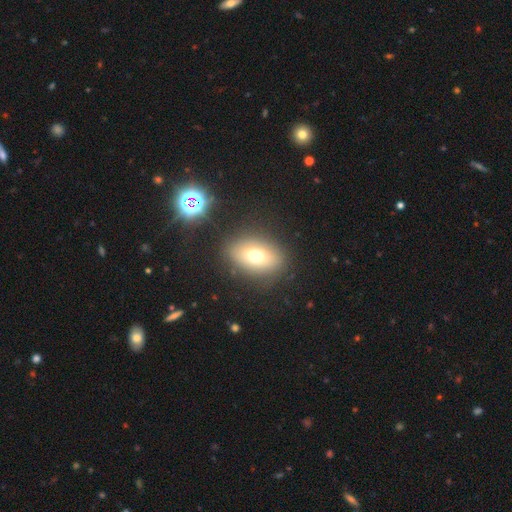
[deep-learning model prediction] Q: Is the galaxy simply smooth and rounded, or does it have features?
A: smooth — 68%.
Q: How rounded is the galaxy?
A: in between — 78%.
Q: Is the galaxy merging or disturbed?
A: none — 83%.